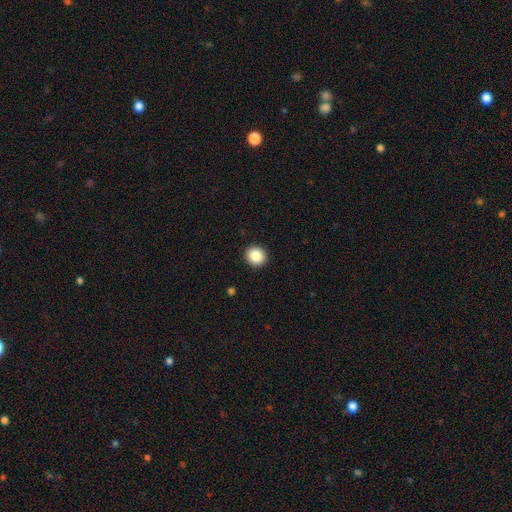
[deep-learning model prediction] This appears to be a smooth galaxy with no disk features (87%) that is round (89%). Merging: none (93%).